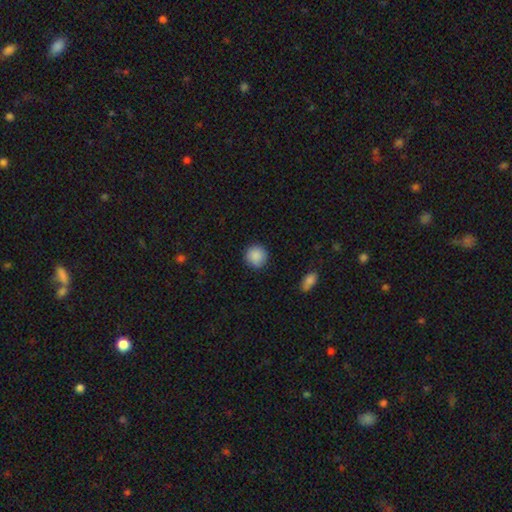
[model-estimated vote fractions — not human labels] smooth_or_featured: smooth (p=0.89) [alt: star or artifact p=0.08]
how_rounded: round (p=0.93) [alt: in between p=0.06]
merging: none (p=0.88) [alt: minor disturbance p=0.09]